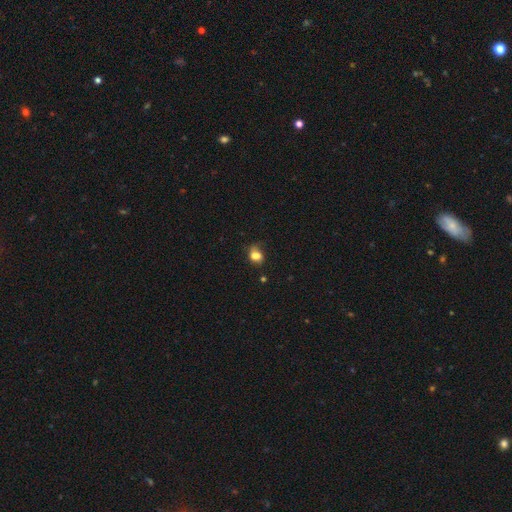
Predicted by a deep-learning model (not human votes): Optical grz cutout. It shows a smooth galaxy with no disk features (74%) that is in between round and cigar-shaped (61%). Merging: none (44%).